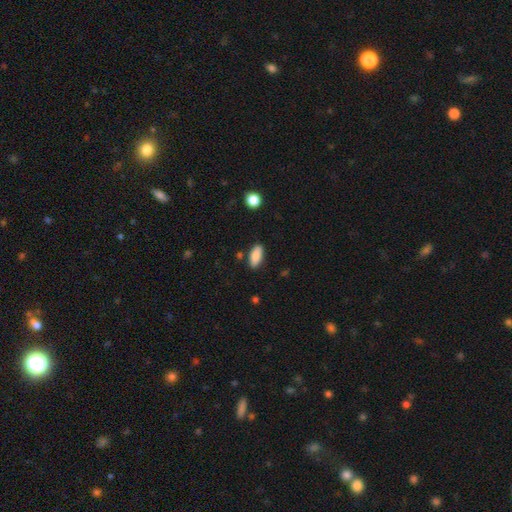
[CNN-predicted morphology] smooth_or_featured: smooth (p=0.86) [alt: featured or disk p=0.07]
how_rounded: in between (p=0.82) [alt: cigar-shaped p=0.16]
merging: none (p=0.85) [alt: minor disturbance p=0.11]